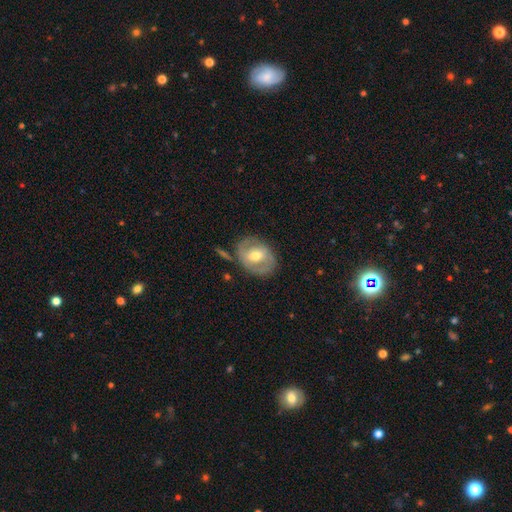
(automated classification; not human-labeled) smooth-or-featured: featured or disk: 62% | smooth: 32% | star or artifact: 6%
  disk-edge-on: no: 95% | yes: 5%
    bar: weak: 43% | no: 35% | strong: 22%
    has-spiral-arms: yes: 66% | no: 34%
    bulge-size: moderate: 69% | small: 23% | large: 6% | none: 1% | dominant: 1%
  merging: none: 72% | minor disturbance: 16% | major disturbance: 7% | merger: 5%